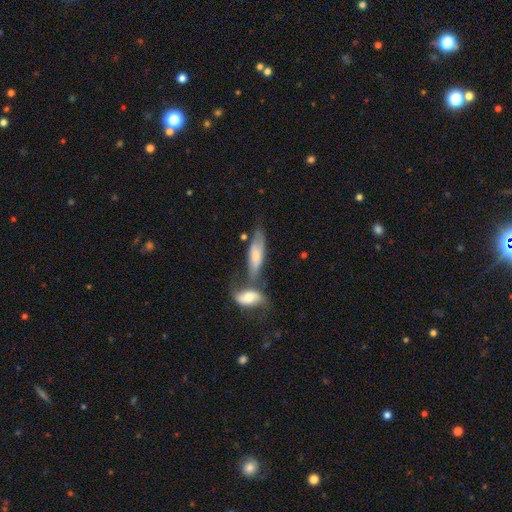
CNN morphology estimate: Smooth or featured? Predicted: smooth (p=0.58). How rounded? Predicted: in between (p=0.53). Merging? Predicted: merger (p=0.42).